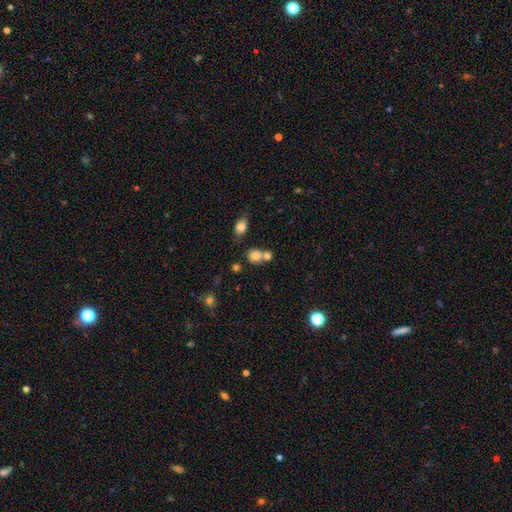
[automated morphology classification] A smooth galaxy with no disk features (80%) that is round (69%). Merging: none (46%).